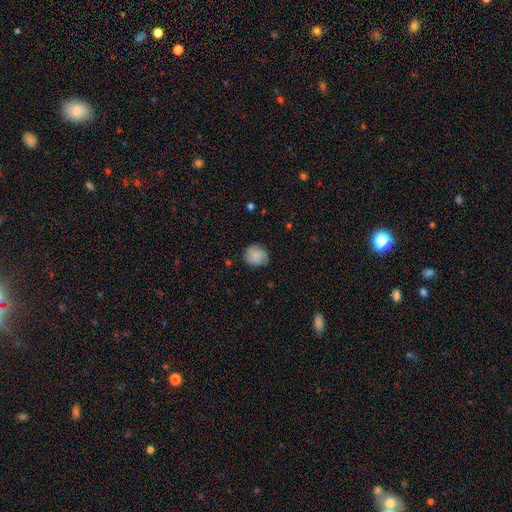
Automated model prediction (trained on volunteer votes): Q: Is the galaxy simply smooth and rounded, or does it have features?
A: smooth — 74%.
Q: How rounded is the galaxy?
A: round — 75%.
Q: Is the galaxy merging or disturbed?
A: none — 74%.